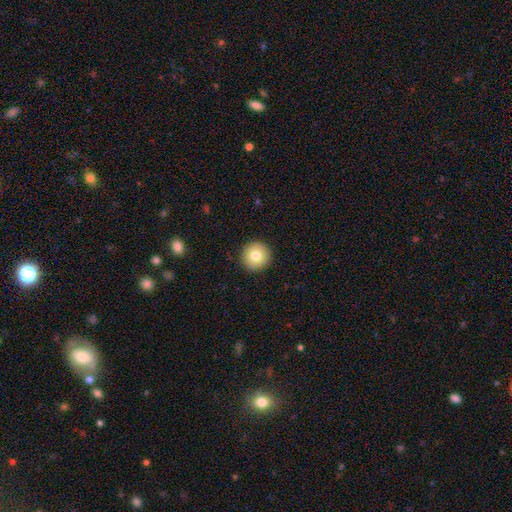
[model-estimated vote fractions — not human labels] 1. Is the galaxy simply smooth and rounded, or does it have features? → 79% smooth, 12% featured or disk, 9% star or artifact.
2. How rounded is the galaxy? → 96% round, 3% in between, 1% cigar-shaped.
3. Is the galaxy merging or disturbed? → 93% none, 5% minor disturbance, 2% major disturbance, 1% merger.